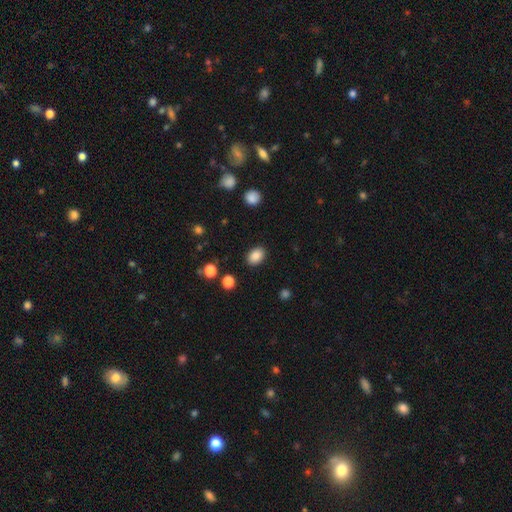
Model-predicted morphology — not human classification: Overall: smooth (87%). How rounded: in between (77%). Merging: none (88%).